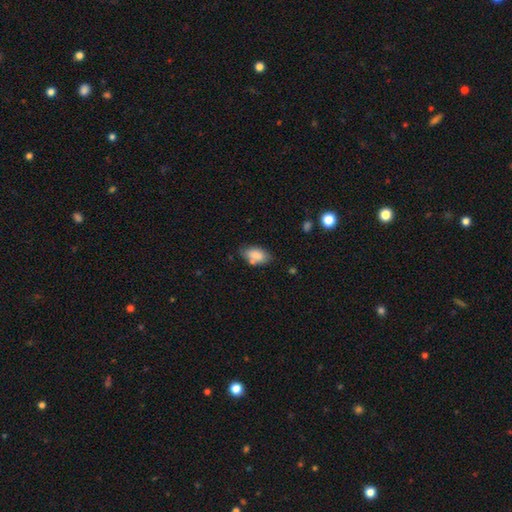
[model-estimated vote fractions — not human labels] smooth 83%, featured or disk 9%, star or artifact 8%. Down the decision tree: how rounded — in between (91%); merging — none (62%).